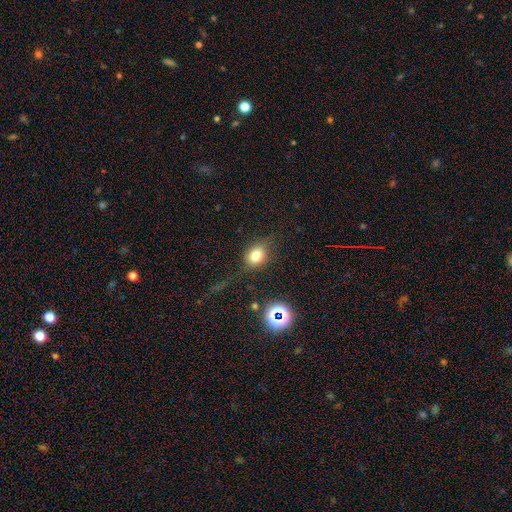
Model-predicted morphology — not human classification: This appears to be a smooth galaxy with no disk features (73%) that is in between round and cigar-shaped (50%). Merging: none (71%).